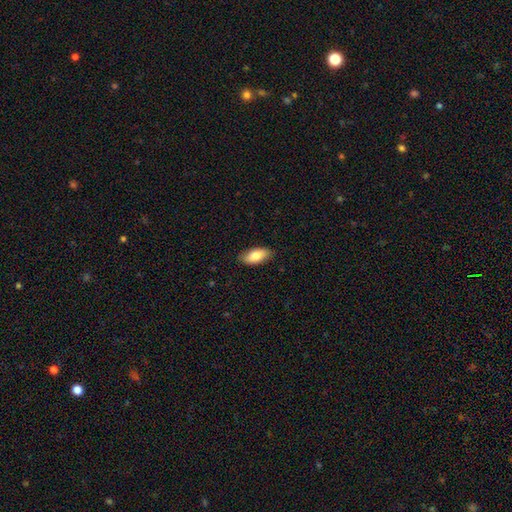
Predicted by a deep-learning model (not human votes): Smooth or featured? smooth (80%)
How rounded? in between (89%)
Merging? none (86%)